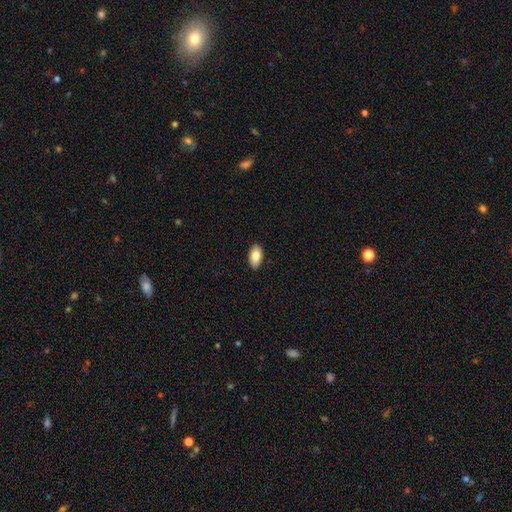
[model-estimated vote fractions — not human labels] A smooth galaxy with no disk features (80%) that is in between round and cigar-shaped (94%). Merging: none (89%).